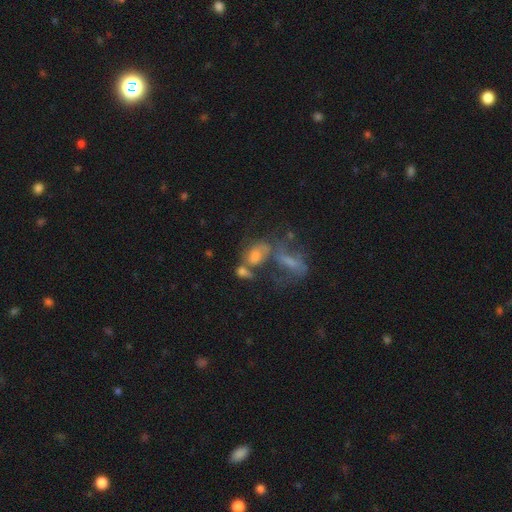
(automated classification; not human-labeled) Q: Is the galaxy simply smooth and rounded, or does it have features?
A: smooth — 42%.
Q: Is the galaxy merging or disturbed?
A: merger — 50%.